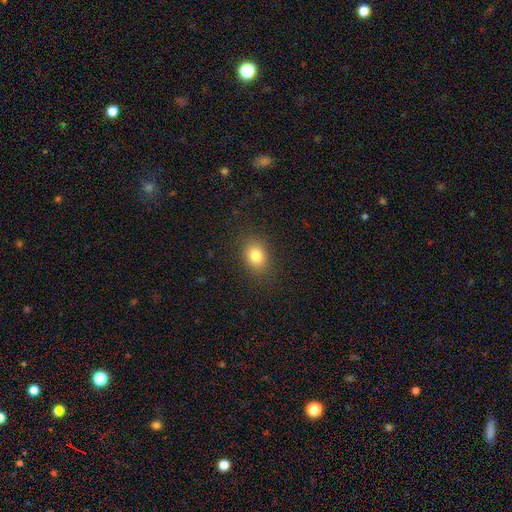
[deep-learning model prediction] Smooth or featured?
  - smooth: 81% *
  - star or artifact: 11%
  - featured or disk: 8%
How rounded?
  - in between: 56% *
  - round: 43%
  - cigar-shaped: 1%
Merging?
  - none: 87% *
  - minor disturbance: 9%
  - major disturbance: 3%
  - merger: 1%